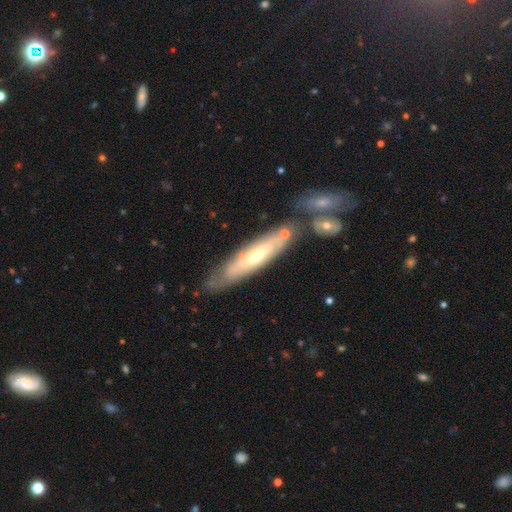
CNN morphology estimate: type=featured or disk (56%); edge-on=no (50%, tied with yes); merging=none (72%).